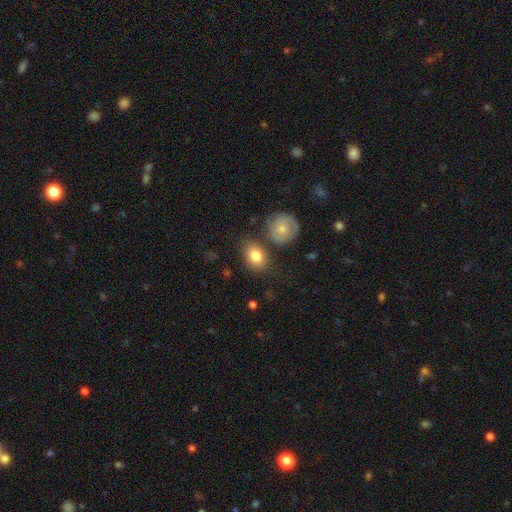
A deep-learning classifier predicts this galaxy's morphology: This appears to be a smooth galaxy with no disk features (81%) that is in between round and cigar-shaped (58%). Merging: none (71%).